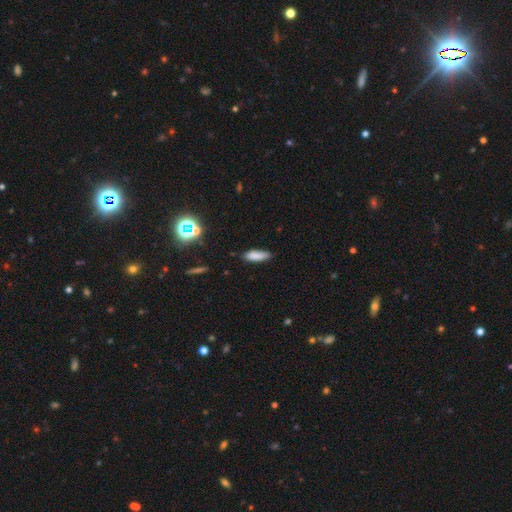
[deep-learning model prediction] A smooth galaxy with no disk features (83%) that is cigar-shaped (49%, tied with in between).

Vote fractions:
- Smooth or featured? smooth: 83% / star or artifact: 10% / featured or disk: 7%
- How rounded? cigar-shaped: 49% (tied) / in between: 49% (tied) / round: 2%
- Merging? none: 78% / minor disturbance: 17% / major disturbance: 3% / merger: 2%